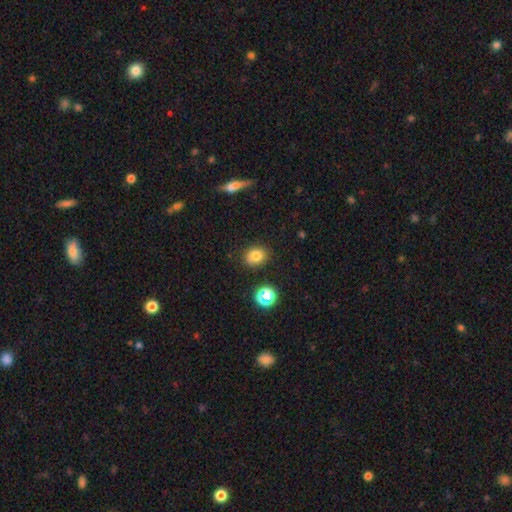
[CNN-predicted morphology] A smooth galaxy with no disk features (77%) that is round (67%). Merging: none (80%).